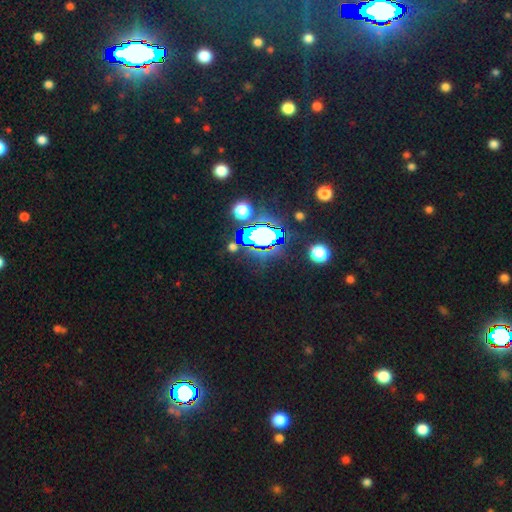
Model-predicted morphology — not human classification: Overall: star or artifact (82%).